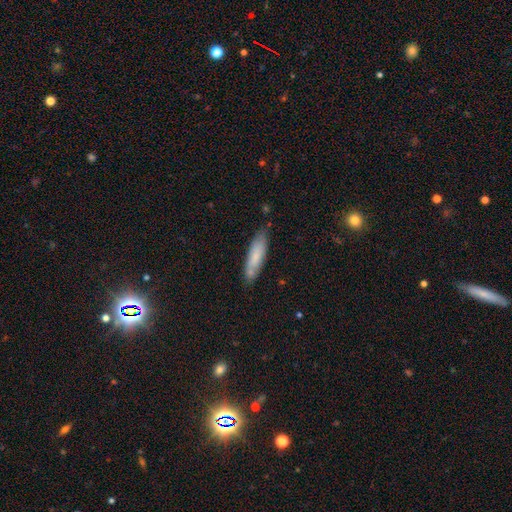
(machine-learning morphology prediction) Smooth or featured? smooth (75%)
How rounded? cigar-shaped (66%)
Merging? none (72%)